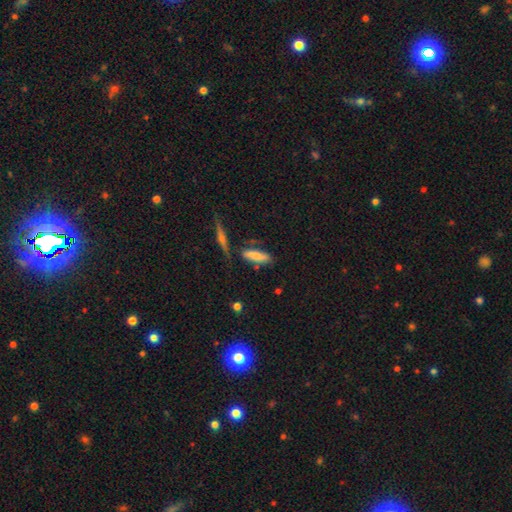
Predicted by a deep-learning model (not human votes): Smooth or featured?
  - smooth: 74% *
  - featured or disk: 18%
  - star or artifact: 8%
How rounded?
  - cigar-shaped: 53% *
  - in between: 45%
  - round: 2%
Merging?
  - none: 63% *
  - minor disturbance: 20%
  - merger: 10%
  - major disturbance: 7%